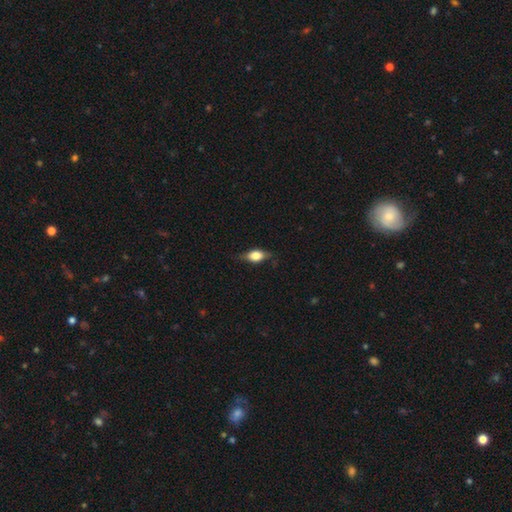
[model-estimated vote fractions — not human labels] Smooth or featured: smooth — 62% (featured or disk — 29%)
How rounded: in between — 76% (round — 12%)
Merging: none — 74% (minor disturbance — 20%)